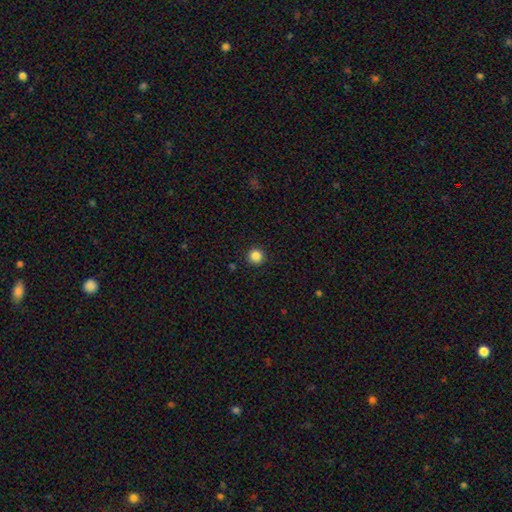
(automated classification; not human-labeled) A smooth galaxy with no disk features (86%) that is round (95%).

Vote fractions:
- Smooth or featured? smooth: 86% / star or artifact: 11% / featured or disk: 4%
- How rounded? round: 95% / in between: 4% / cigar-shaped: 1%
- Merging? none: 92% / minor disturbance: 5% / major disturbance: 2% / merger: 1%